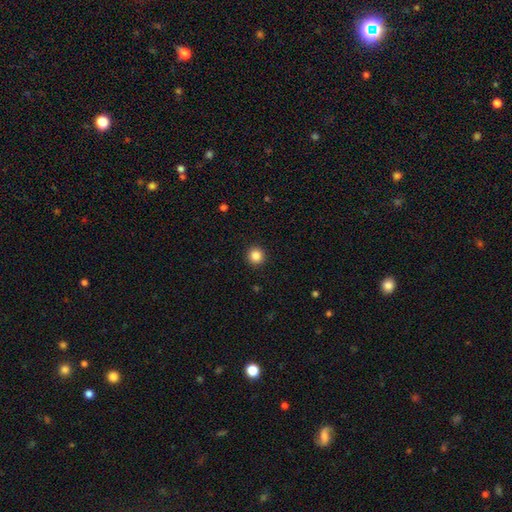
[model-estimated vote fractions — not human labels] Q: Smooth or featured?
A: smooth (85%); runner-up: star or artifact (11%)
Q: How rounded?
A: round (96%); runner-up: in between (3%)
Q: Merging?
A: none (93%); runner-up: minor disturbance (4%)